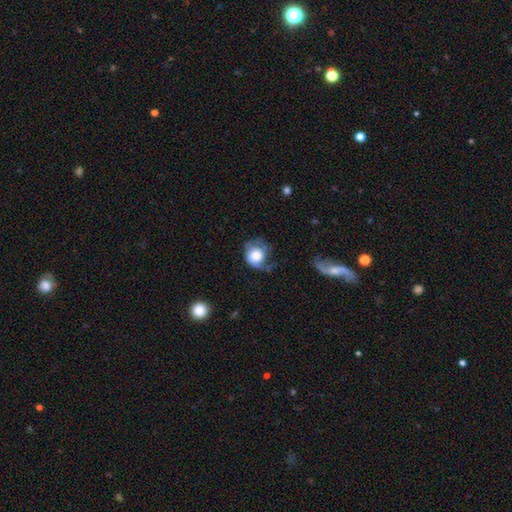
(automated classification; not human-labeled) The model was most divided on "merging": none: 35%, major disturbance: 33%, minor disturbance: 30%, merger: 3%. More confident: how rounded — round (74%); smooth or featured — smooth (57%).